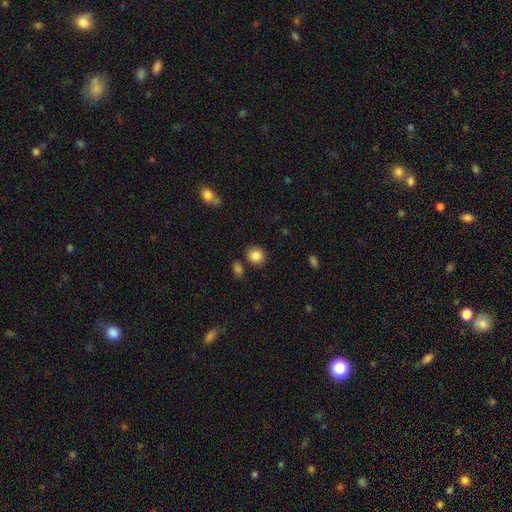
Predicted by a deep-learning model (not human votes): This is clearly a smooth galaxy (86%). How rounded: likely round (74%). Merging: clearly none (81%).